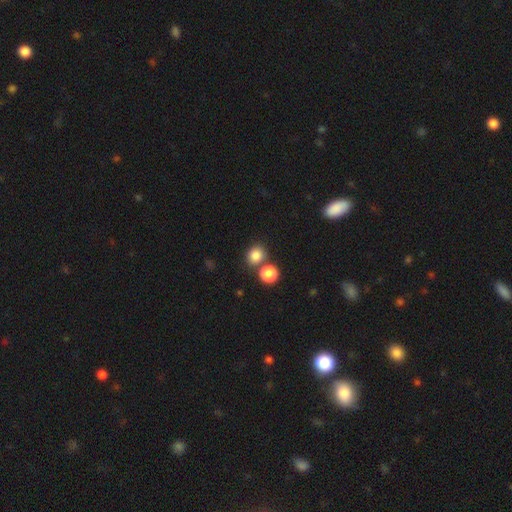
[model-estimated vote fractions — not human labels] A smooth galaxy with no disk features (82%) that is round (74%).

Vote fractions:
- Smooth or featured? smooth: 82% / star or artifact: 12% / featured or disk: 6%
- How rounded? round: 74% / in between: 25% / cigar-shaped: 1%
- Merging? none: 62% / merger: 26% / minor disturbance: 9% / major disturbance: 3%